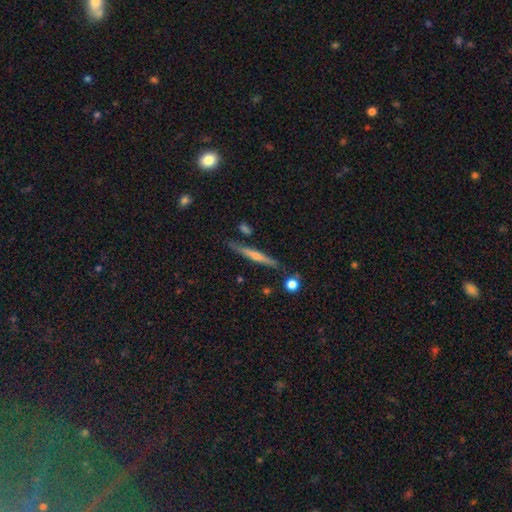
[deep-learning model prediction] featured or disk 72%, smooth 21%, star or artifact 7%. Down the decision tree: edge-on disk — yes (97%); edge-on bulge — rounded (77%); merging — none (86%).